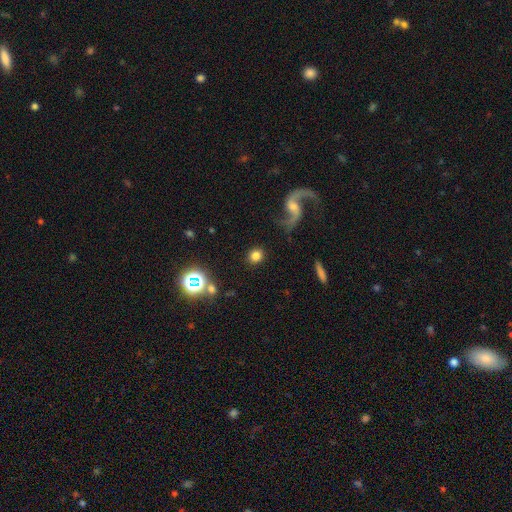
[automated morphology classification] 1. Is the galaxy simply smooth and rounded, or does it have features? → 73% smooth, 14% featured or disk, 14% star or artifact.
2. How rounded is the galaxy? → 85% round, 14% in between, 2% cigar-shaped.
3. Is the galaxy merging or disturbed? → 86% none, 7% minor disturbance, 4% major disturbance, 3% merger.